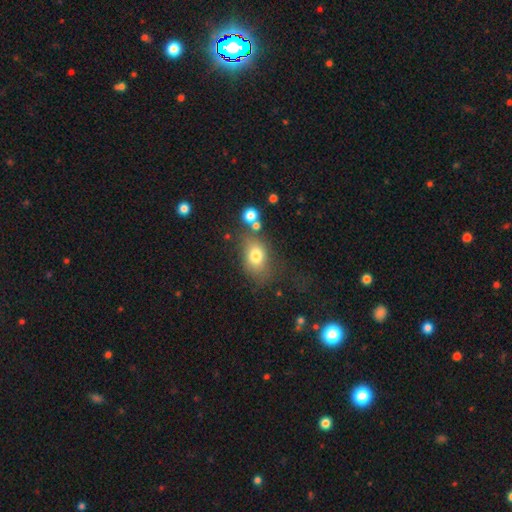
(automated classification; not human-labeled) smooth_or_featured: smooth (p=0.76) [alt: featured or disk p=0.12]
how_rounded: in between (p=0.70) [alt: round p=0.28]
merging: none (p=0.57) [alt: minor disturbance p=0.21]